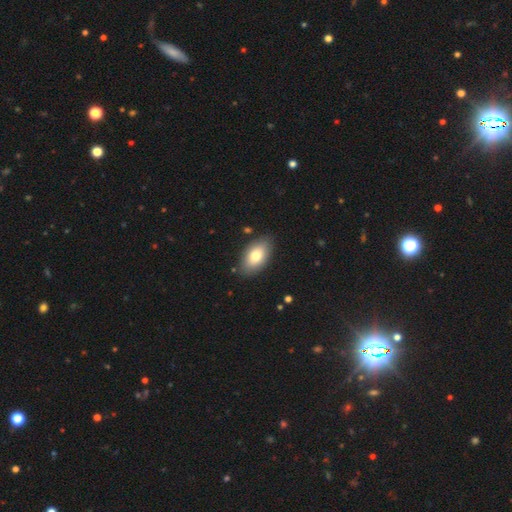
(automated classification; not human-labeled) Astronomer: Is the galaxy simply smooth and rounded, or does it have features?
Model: smooth — 78%.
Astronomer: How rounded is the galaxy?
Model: in between — 93%.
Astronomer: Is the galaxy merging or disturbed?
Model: none — 84%.